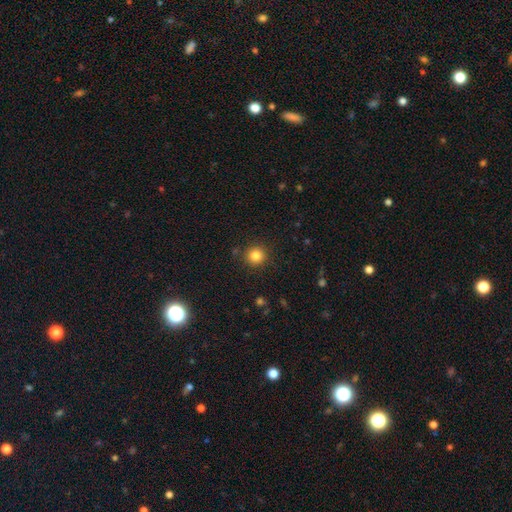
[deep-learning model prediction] Q: Smooth or featured?
A: smooth (83%); runner-up: star or artifact (12%)
Q: How rounded?
A: round (94%); runner-up: in between (5%)
Q: Merging?
A: none (90%); runner-up: minor disturbance (6%)